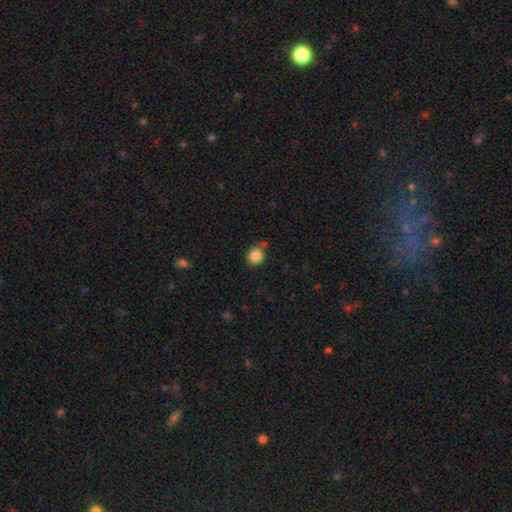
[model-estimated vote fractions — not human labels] Smooth or featured? Predicted: smooth (p=0.86). How rounded? Predicted: round (p=0.79). Merging? Predicted: none (p=0.71).